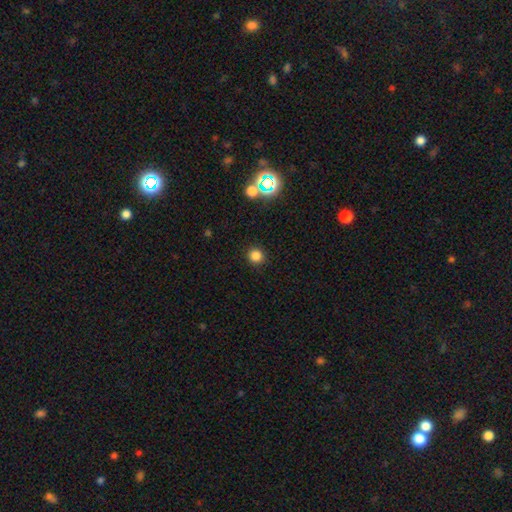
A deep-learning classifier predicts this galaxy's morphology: This is clearly a smooth galaxy (81%). How rounded: clearly round (93%). Merging: clearly none (92%).